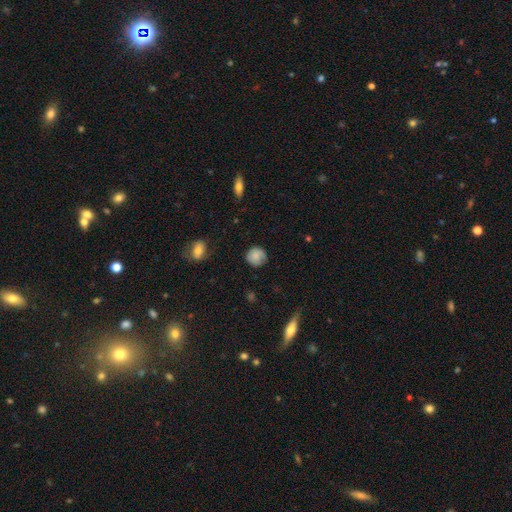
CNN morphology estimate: A smooth galaxy with no disk features (79%) that is round (86%). Merging: none (71%).